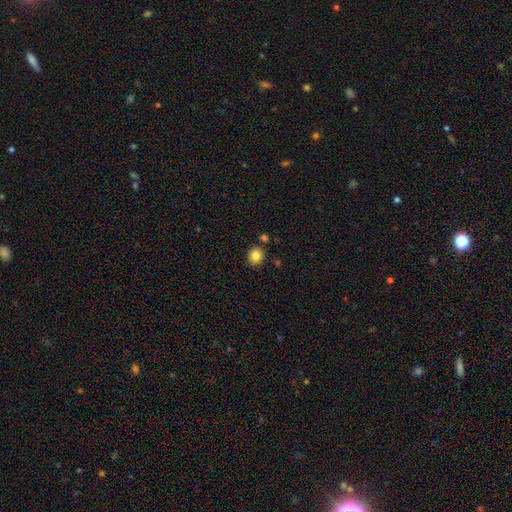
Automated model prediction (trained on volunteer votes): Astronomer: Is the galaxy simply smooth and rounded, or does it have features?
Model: smooth — 84%.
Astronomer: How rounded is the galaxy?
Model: round — 85%.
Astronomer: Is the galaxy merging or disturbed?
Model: none — 85%.